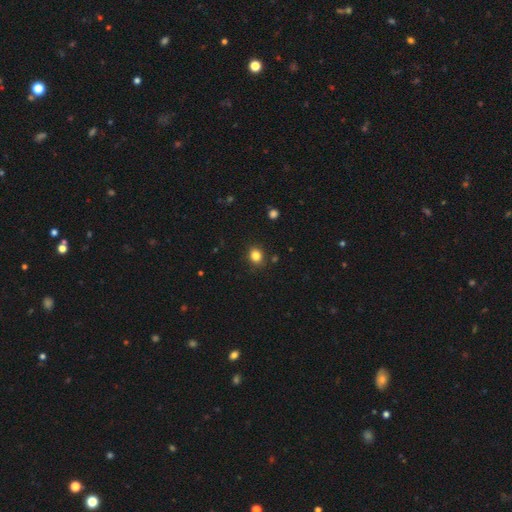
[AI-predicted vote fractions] Smooth or featured?
  - smooth: 83% *
  - star or artifact: 12%
  - featured or disk: 5%
How rounded?
  - round: 70% *
  - in between: 29%
  - cigar-shaped: 1%
Merging?
  - none: 88% *
  - minor disturbance: 8%
  - major disturbance: 2%
  - merger: 2%